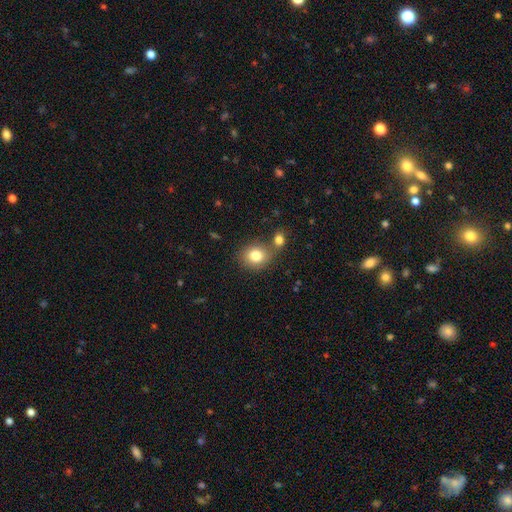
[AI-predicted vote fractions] Q: Smooth or featured?
A: smooth (80%); runner-up: star or artifact (10%)
Q: How rounded?
A: round (69%); runner-up: in between (30%)
Q: Merging?
A: none (62%); runner-up: merger (24%)